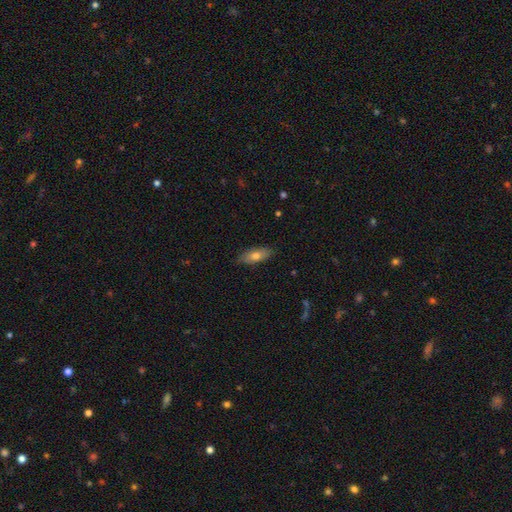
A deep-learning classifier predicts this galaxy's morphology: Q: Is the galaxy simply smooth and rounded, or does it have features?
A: smooth — 72%.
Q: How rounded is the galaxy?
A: in between — 72%.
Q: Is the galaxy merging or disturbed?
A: none — 86%.